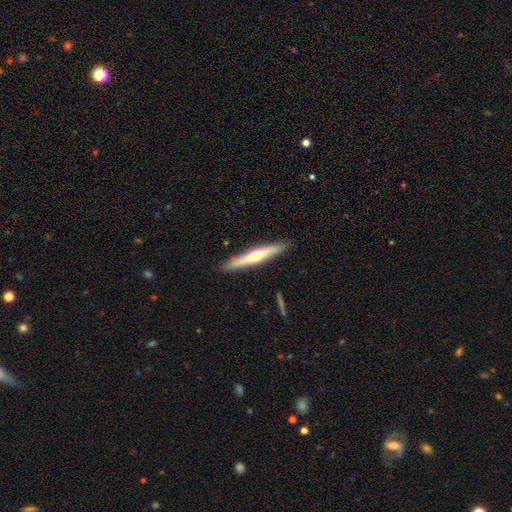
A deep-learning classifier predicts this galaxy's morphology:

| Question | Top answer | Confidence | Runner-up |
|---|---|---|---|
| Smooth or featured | featured or disk | 50% | smooth (45%) |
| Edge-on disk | yes | 96% | no (4%) |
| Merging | none | 90% | minor disturbance (7%) |